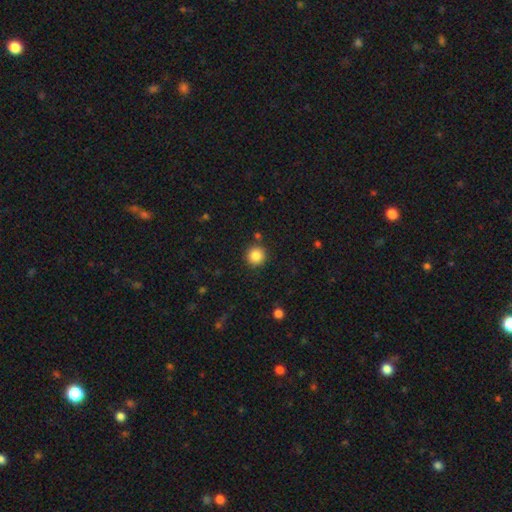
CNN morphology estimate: Smooth or featured?
  - smooth: 85% *
  - star or artifact: 10%
  - featured or disk: 5%
How rounded?
  - round: 94% *
  - in between: 5%
  - cigar-shaped: 1%
Merging?
  - none: 88% *
  - minor disturbance: 7%
  - merger: 3%
  - major disturbance: 2%